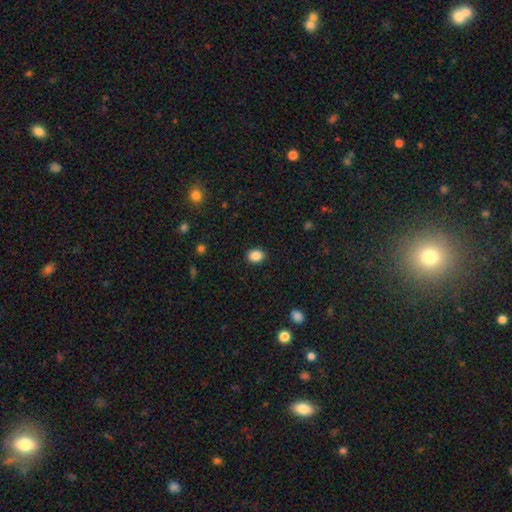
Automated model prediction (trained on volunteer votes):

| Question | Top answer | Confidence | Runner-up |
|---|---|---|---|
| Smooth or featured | smooth | 87% | star or artifact (10%) |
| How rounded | round | 51% | in between (48%) |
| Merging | none | 90% | minor disturbance (7%) |